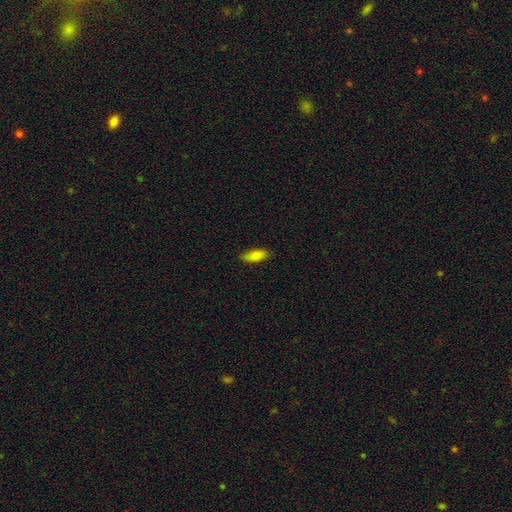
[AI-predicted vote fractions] Overall: smooth (83%). How rounded: in between (79%). Merging: none (85%).